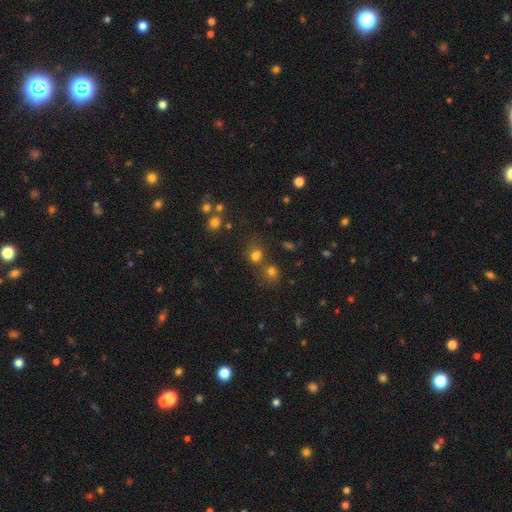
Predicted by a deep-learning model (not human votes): This is likely a smooth galaxy (68%). How rounded: likely round (62%). Merging: possibly none (49%).